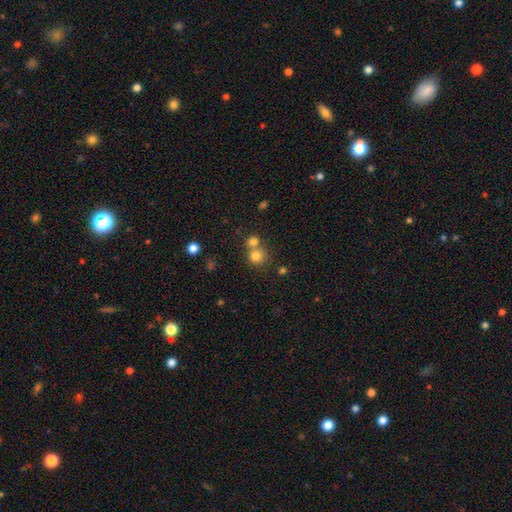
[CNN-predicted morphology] type=smooth (78%); roundness=round (89%); merging=none (53%).